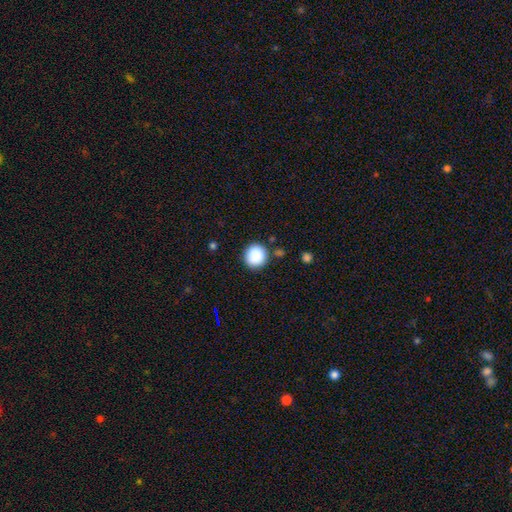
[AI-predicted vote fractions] This appears to be a smooth galaxy with no disk features (89%) that is round (92%). Merging: none (87%).